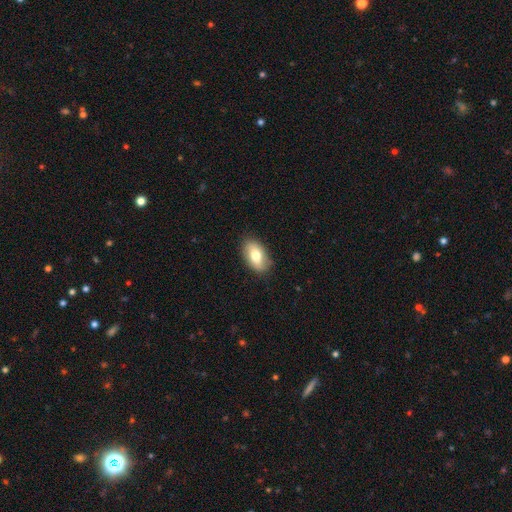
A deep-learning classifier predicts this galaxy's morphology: smooth-or-featured: smooth: 71% | featured or disk: 22% | star or artifact: 7%
  how-rounded: in between: 91% | round: 7% | cigar-shaped: 3%
  merging: none: 84% | minor disturbance: 12% | major disturbance: 3% | merger: 1%